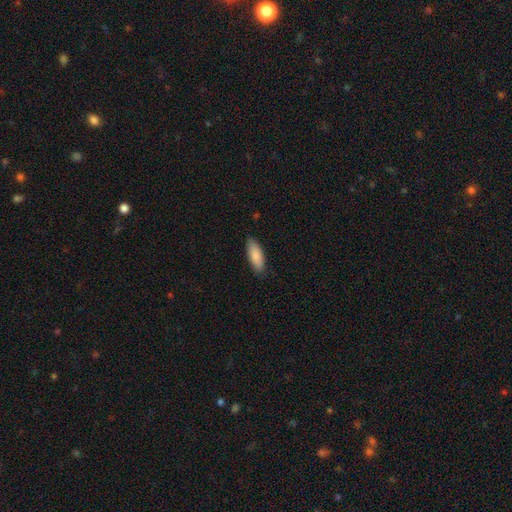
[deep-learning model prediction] Q: Smooth or featured?
A: smooth (87%); runner-up: featured or disk (7%)
Q: How rounded?
A: in between (72%); runner-up: cigar-shaped (26%)
Q: Merging?
A: none (86%); runner-up: minor disturbance (11%)